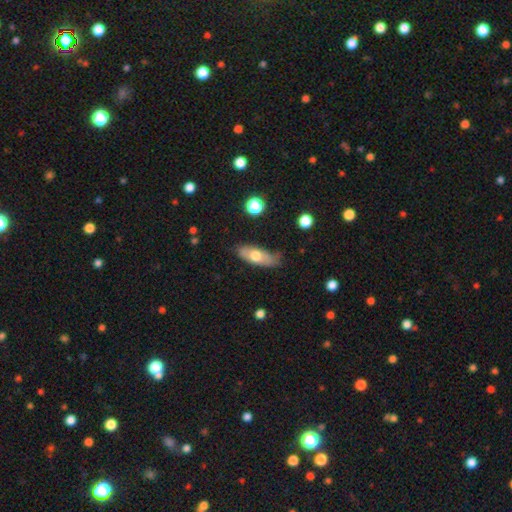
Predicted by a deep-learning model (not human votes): This is likely a smooth galaxy (62%). How rounded: likely in between (72%). Merging: likely none (71%).